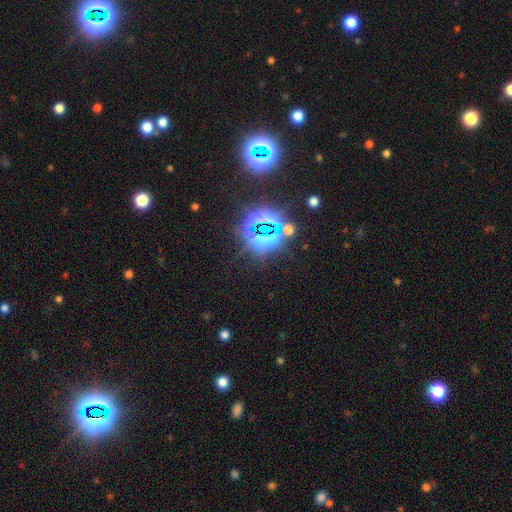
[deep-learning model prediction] A star or artifact, not a galaxy (82%).